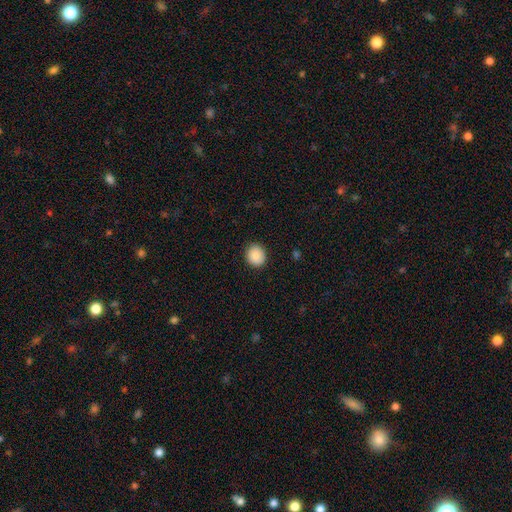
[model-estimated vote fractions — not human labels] A smooth galaxy with no disk features (89%) that is round (78%).

Vote fractions:
- Smooth or featured? smooth: 89% / star or artifact: 8% / featured or disk: 3%
- How rounded? round: 78% / in between: 21% / cigar-shaped: 1%
- Merging? none: 90% / minor disturbance: 7% / major disturbance: 2% / merger: 1%